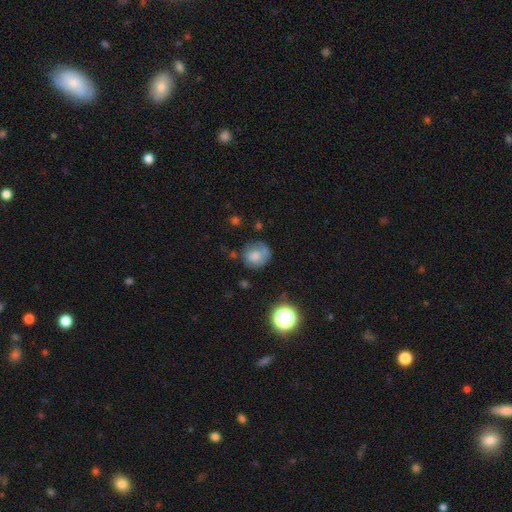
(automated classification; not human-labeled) A smooth galaxy with no disk features (68%) that is round (81%).

Vote fractions:
- Smooth or featured? smooth: 68% / featured or disk: 21% / star or artifact: 11%
- How rounded? round: 81% / in between: 18% / cigar-shaped: 1%
- Merging? none: 56% / minor disturbance: 24% / major disturbance: 13% / merger: 6%